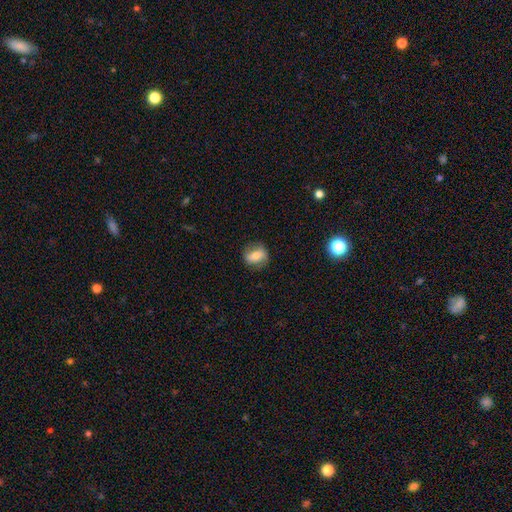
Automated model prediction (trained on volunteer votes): smooth-or-featured: smooth: 63% | featured or disk: 28% | star or artifact: 8%
  how-rounded: in between: 54% | round: 42% | cigar-shaped: 4%
  merging: none: 79% | minor disturbance: 15% | major disturbance: 5% | merger: 1%